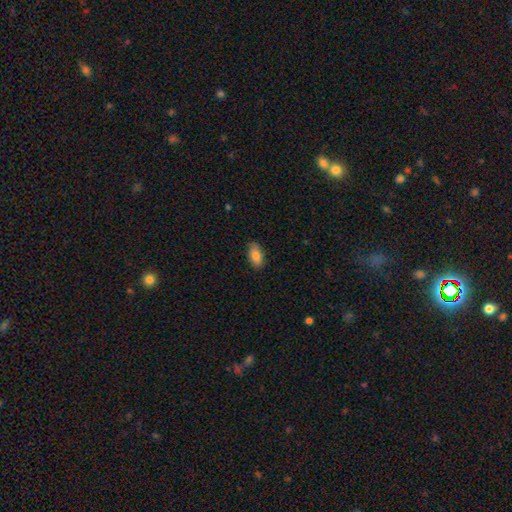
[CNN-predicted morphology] A smooth galaxy with no disk features (84%) that is in between round and cigar-shaped (92%).

Vote fractions:
- Smooth or featured? smooth: 84% / featured or disk: 9% / star or artifact: 7%
- How rounded? in between: 92% / cigar-shaped: 4% / round: 4%
- Merging? none: 83% / minor disturbance: 13% / major disturbance: 2% / merger: 1%